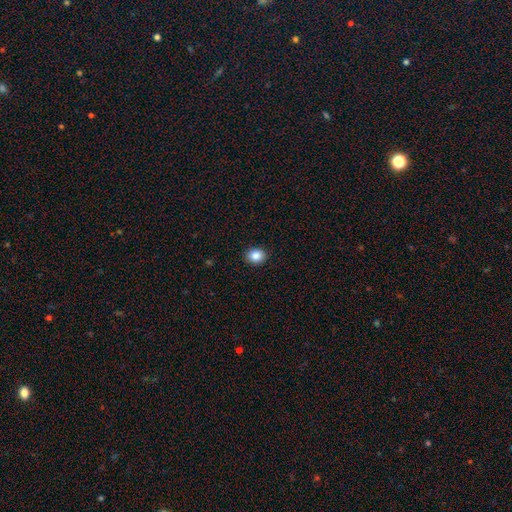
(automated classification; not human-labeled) This is clearly a smooth galaxy (85%). How rounded: likely round (65%). Merging: clearly none (91%).